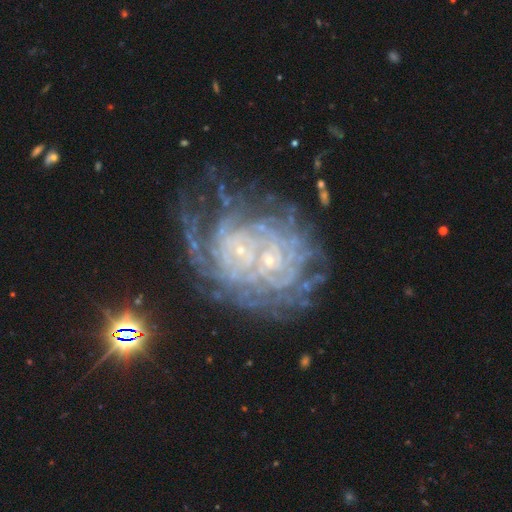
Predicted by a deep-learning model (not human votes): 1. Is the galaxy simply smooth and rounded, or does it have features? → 82% featured or disk, 10% star or artifact, 7% smooth.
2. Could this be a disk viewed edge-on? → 97% no, 3% yes.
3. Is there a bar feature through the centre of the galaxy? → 71% no, 21% weak, 8% strong.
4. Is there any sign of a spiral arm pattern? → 91% yes, 9% no.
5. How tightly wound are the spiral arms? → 79% tight, 16% medium, 5% loose.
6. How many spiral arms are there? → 38% can't tell, 24% more than 4, 13% 4, 9% 3, 9% 2, 7% 1.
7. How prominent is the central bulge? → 85% small, 8% moderate, 5% none, 2% large, 1% dominant.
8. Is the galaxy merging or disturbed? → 49% none, 20% minor disturbance, 19% major disturbance, 12% merger.